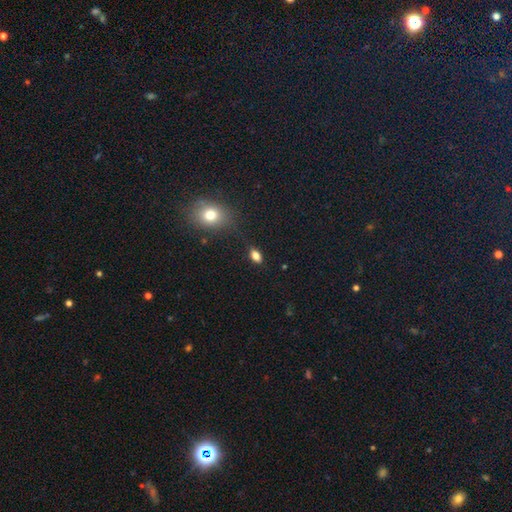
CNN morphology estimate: smooth_or_featured: smooth (p=0.80) [alt: star or artifact p=0.12]
how_rounded: in between (p=0.85) [alt: round p=0.10]
merging: none (p=0.79) [alt: minor disturbance p=0.14]